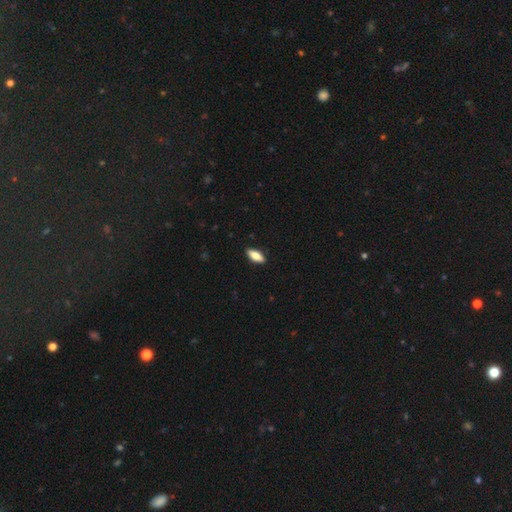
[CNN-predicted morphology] This appears to be a smooth galaxy with no disk features (79%) that is in between round and cigar-shaped (79%). Merging: none (89%).